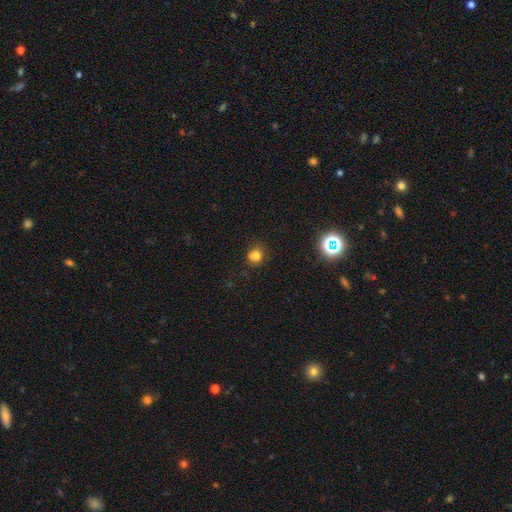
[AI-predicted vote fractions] This is likely a smooth galaxy (77%). How rounded: likely round (80%). Merging: likely none (69%).